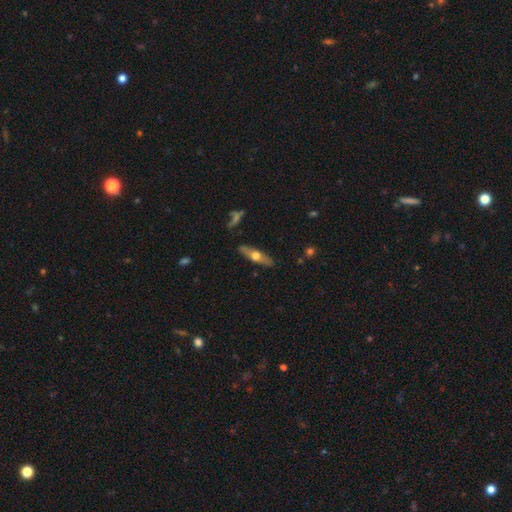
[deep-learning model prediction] Smooth or featured: featured or disk — 49% (smooth — 45%)
Merging: none — 87% (minor disturbance — 10%)